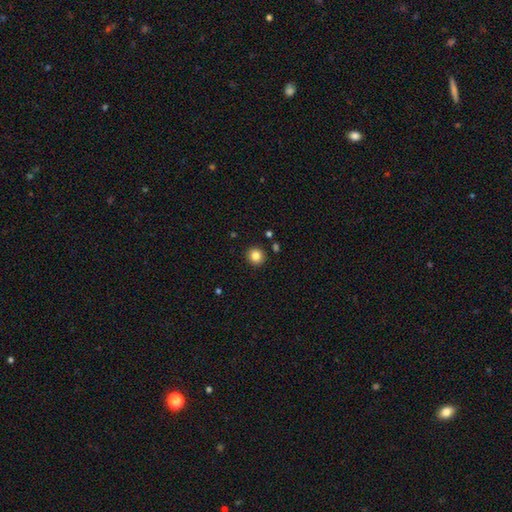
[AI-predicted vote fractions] smooth 84%, star or artifact 11%, featured or disk 5%. Down the decision tree: how rounded — round (91%); merging — none (91%).